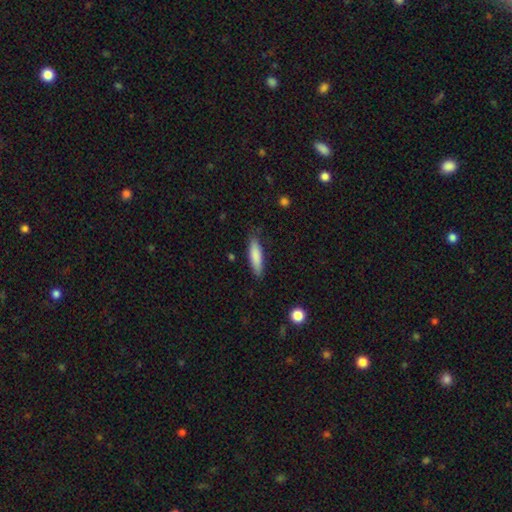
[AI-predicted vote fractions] Overall: smooth (83%). How rounded: cigar-shaped (68%; in between 30%). Merging: none (82%).